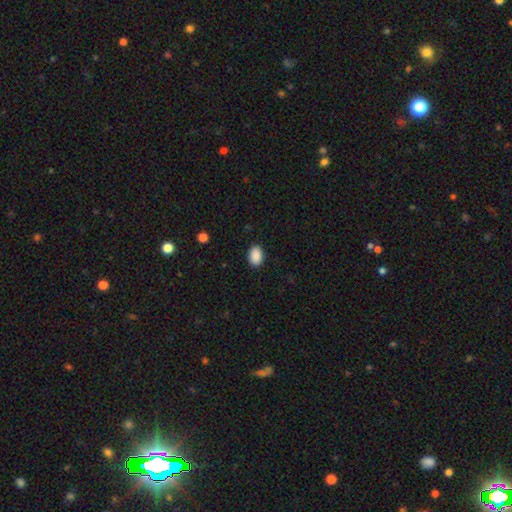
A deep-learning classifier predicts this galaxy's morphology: A smooth galaxy with no disk features (90%) that is in between round and cigar-shaped (85%).

Vote fractions:
- Smooth or featured? smooth: 90% / star or artifact: 7% / featured or disk: 2%
- How rounded? in between: 85% / round: 14% / cigar-shaped: 1%
- Merging? none: 89% / minor disturbance: 8% / major disturbance: 2% / merger: 1%